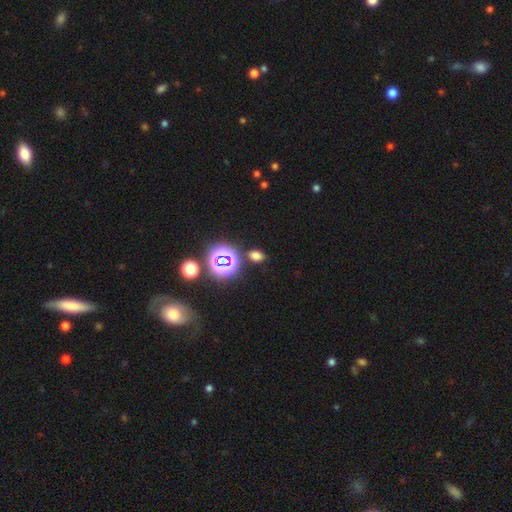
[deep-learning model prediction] Smooth or featured? Predicted: smooth (p=0.64). How rounded? Predicted: in between (p=0.68). Merging? Predicted: none (p=0.82).